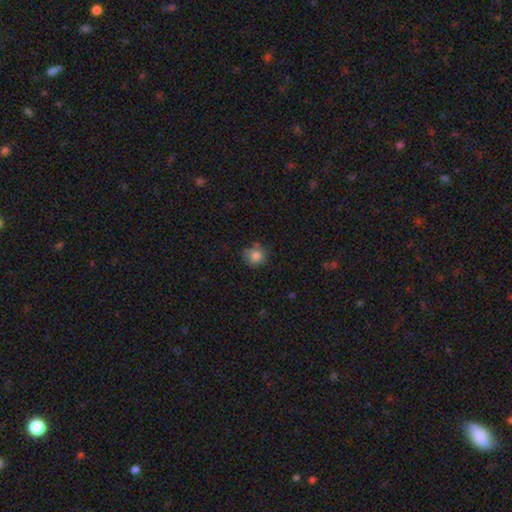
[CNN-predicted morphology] smooth_or_featured: smooth (p=0.81) [alt: star or artifact p=0.10]
how_rounded: round (p=0.81) [alt: in between p=0.18]
merging: none (p=0.69) [alt: minor disturbance p=0.23]